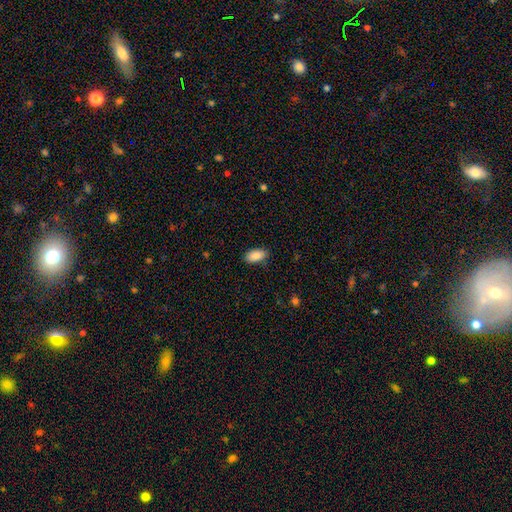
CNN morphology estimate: Smooth or featured: smooth — 88% (star or artifact — 7%)
How rounded: in between — 93% (cigar-shaped — 4%)
Merging: none — 86% (minor disturbance — 11%)